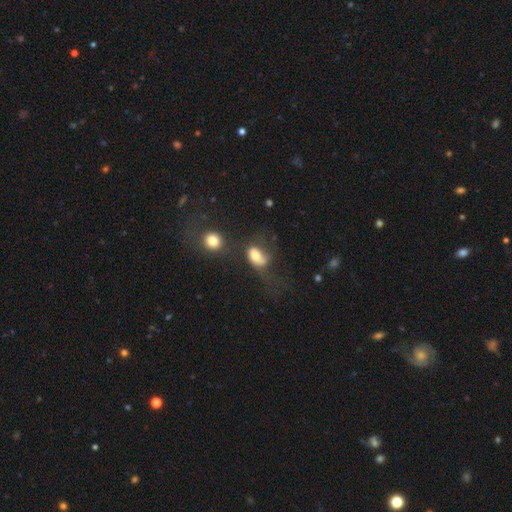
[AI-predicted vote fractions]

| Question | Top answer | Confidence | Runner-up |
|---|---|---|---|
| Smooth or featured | smooth | 69% | featured or disk (21%) |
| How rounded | in between | 82% | round (16%) |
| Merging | major disturbance | 38% | none (27%) |